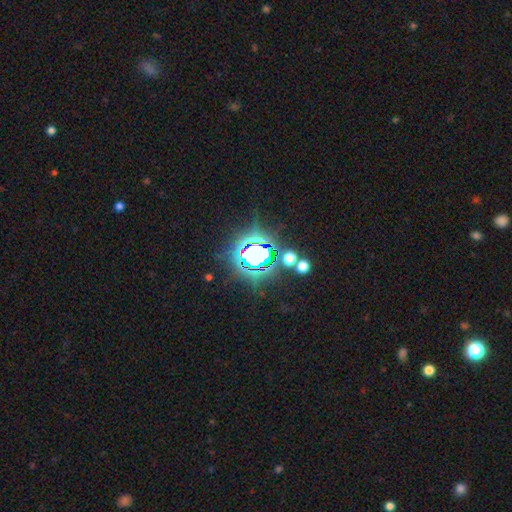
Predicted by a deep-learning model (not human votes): Smooth or featured: star or artifact — 71% (smooth — 18%)